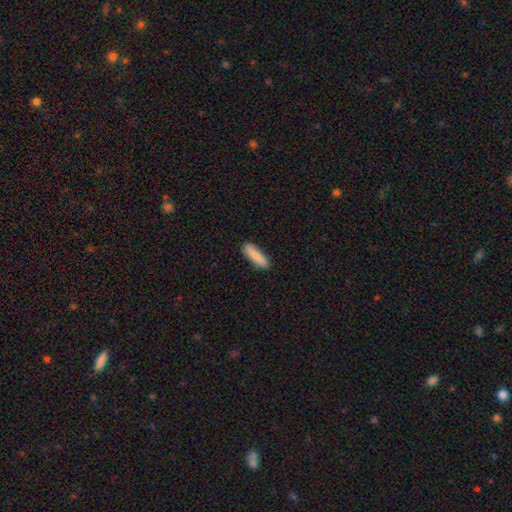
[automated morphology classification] A smooth galaxy with no disk features (84%) that is cigar-shaped (68%). Merging: none (87%).